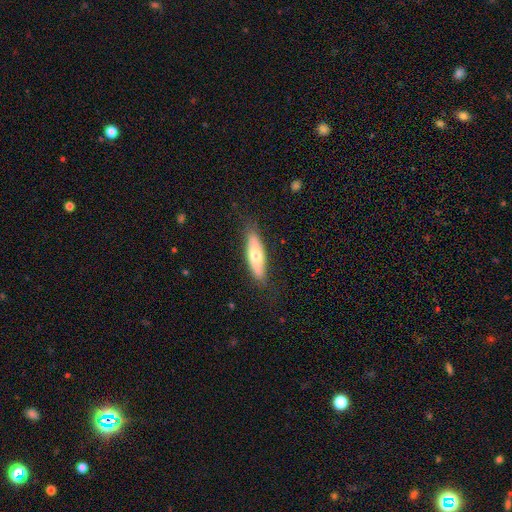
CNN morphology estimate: Smooth or featured? smooth (58%)
How rounded? in between (52%)
Merging? none (80%)